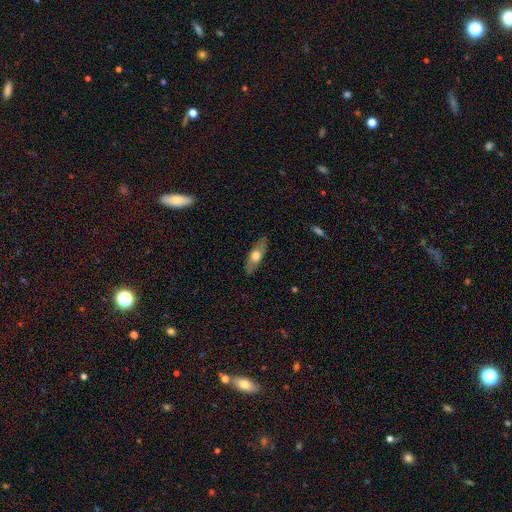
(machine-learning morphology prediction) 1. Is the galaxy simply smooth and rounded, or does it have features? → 54% smooth, 41% featured or disk, 6% star or artifact.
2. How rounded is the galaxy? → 57% in between, 40% cigar-shaped, 4% round.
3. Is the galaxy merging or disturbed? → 85% none, 11% minor disturbance, 2% major disturbance, 1% merger.